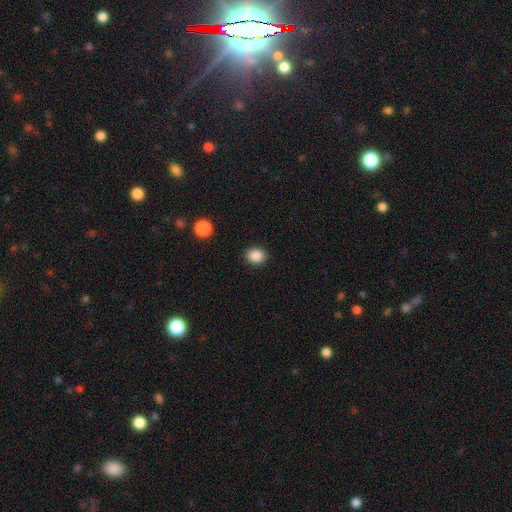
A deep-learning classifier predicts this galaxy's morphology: smooth-or-featured: smooth: 87% | star or artifact: 9% | featured or disk: 3%
  how-rounded: round: 63% | in between: 36% | cigar-shaped: 1%
  merging: none: 91% | minor disturbance: 6% | major disturbance: 2% | merger: 1%